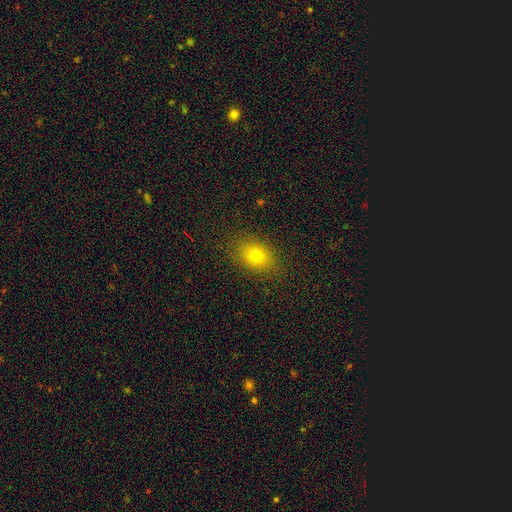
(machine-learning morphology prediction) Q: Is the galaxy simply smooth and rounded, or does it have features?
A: smooth — 76%.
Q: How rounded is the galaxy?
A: in between — 63%.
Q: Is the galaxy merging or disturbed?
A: none — 86%.